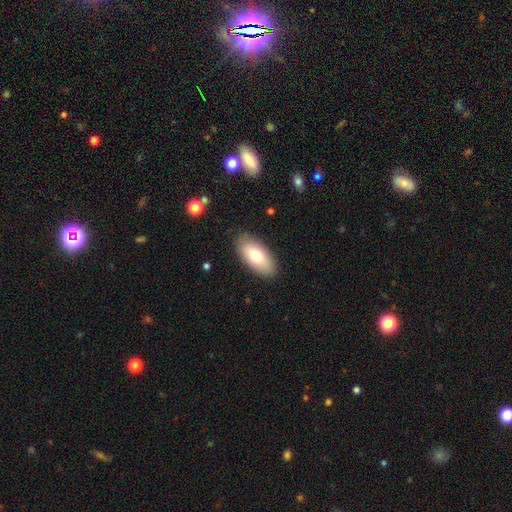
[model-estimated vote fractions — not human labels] Morphology: type=smooth (75%); roundness=in between (92%); merging=none (87%).